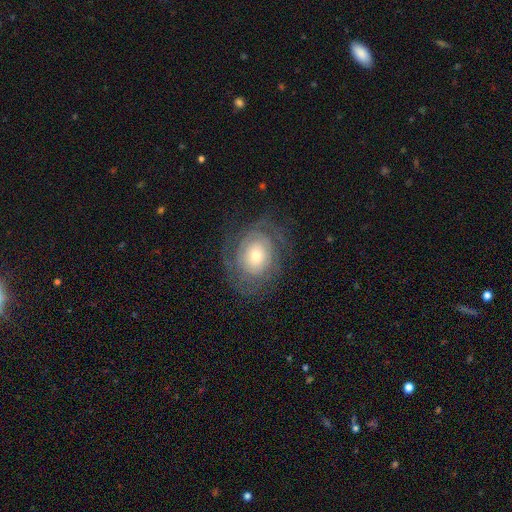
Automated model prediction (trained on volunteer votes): smooth_or_featured: featured or disk (p=0.72) [alt: smooth p=0.21]
disk_edge_on: no (p=0.96) [alt: yes p=0.04]
bar: no (p=0.80) [alt: weak p=0.16]
has_spiral_arms: yes (p=0.83) [alt: no p=0.17]
spiral_winding: tight (p=0.73) [alt: medium p=0.20]
spiral_arm_count: can't tell (p=0.48) [alt: 2 p=0.23]
bulge_size: moderate (p=0.47) [alt: small p=0.42]
merging: none (p=0.73) [alt: minor disturbance p=0.16]